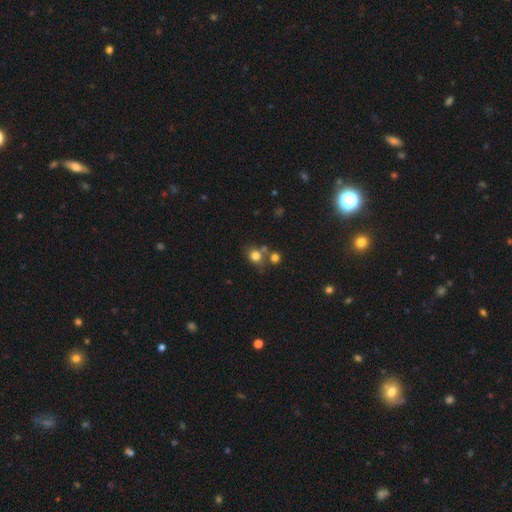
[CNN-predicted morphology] Smooth or featured? smooth (76%)
How rounded? round (69%)
Merging? none (54%)